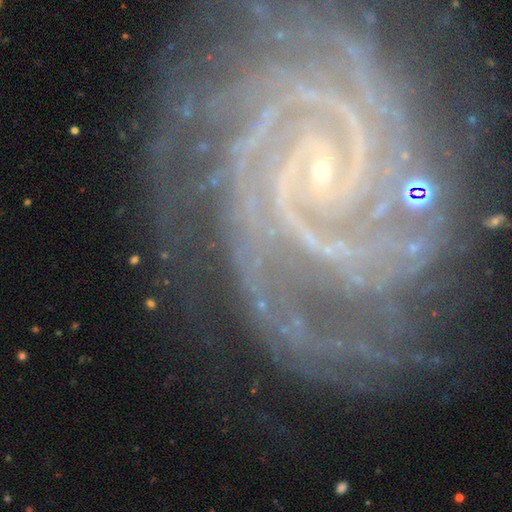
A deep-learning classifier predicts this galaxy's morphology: A featured or disk galaxy (90%) with no bar (41%), 2 (28%) tight (71%) spiral arms (99%) and a small central bulge (84%). Merging: none (68%).